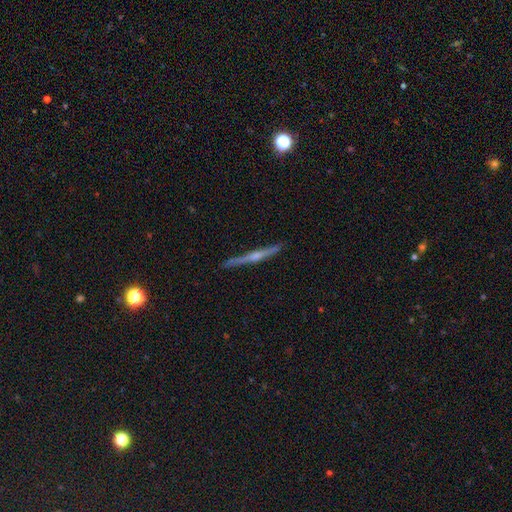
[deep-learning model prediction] smooth-or-featured: featured or disk: 77% | smooth: 17% | star or artifact: 6%
  disk-edge-on: yes: 98% | no: 2%
    edge-on-bulge: rounded: 75% | none: 16% | boxy: 9%
  merging: none: 90% | minor disturbance: 7% | major disturbance: 1% | merger: 1%